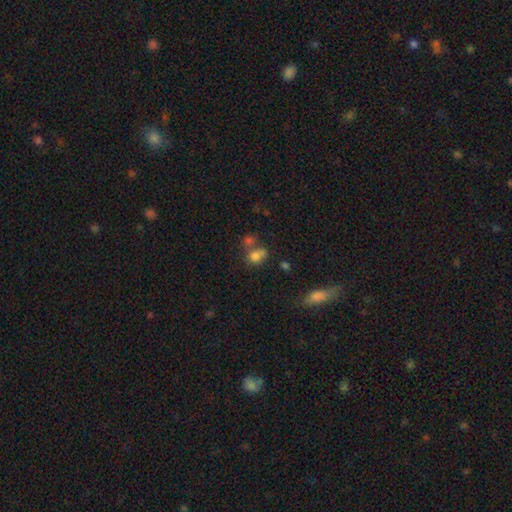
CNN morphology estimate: Q: Smooth or featured?
A: smooth (74%); runner-up: star or artifact (14%)
Q: How rounded?
A: round (50%); runner-up: in between (48%)
Q: Merging?
A: merger (42%); runner-up: none (36%)